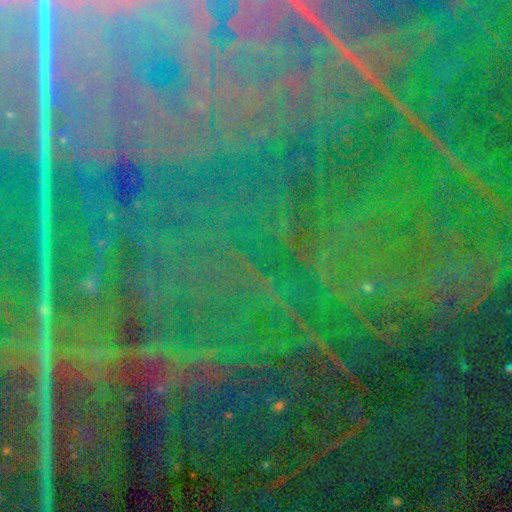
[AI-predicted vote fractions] smooth_or_featured: star or artifact (p=0.87) [alt: featured or disk p=0.07]